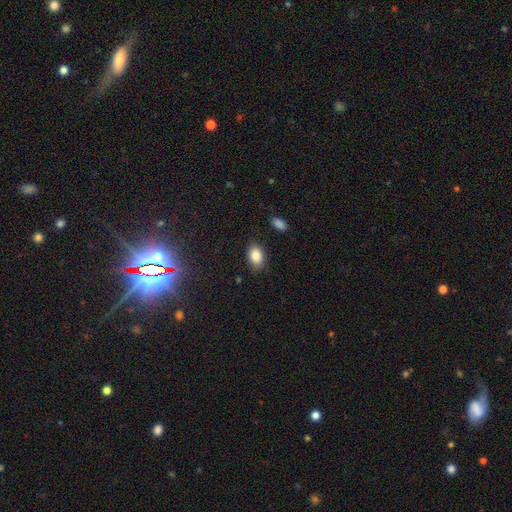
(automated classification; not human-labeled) smooth 86%, star or artifact 8%, featured or disk 5%. Down the decision tree: how rounded — in between (84%); merging — none (81%).